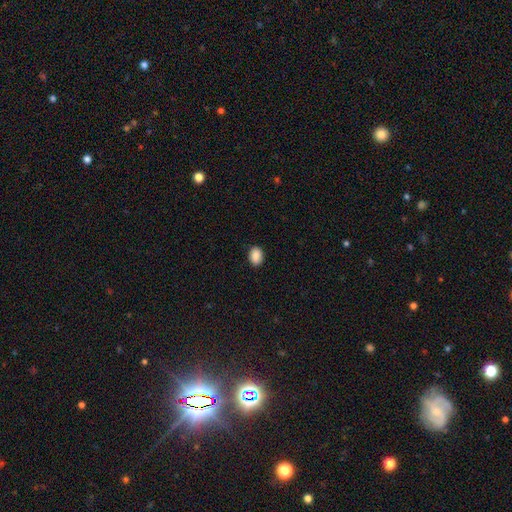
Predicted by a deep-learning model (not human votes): Morphology: type=smooth (88%); roundness=in between (73%); merging=none (89%).